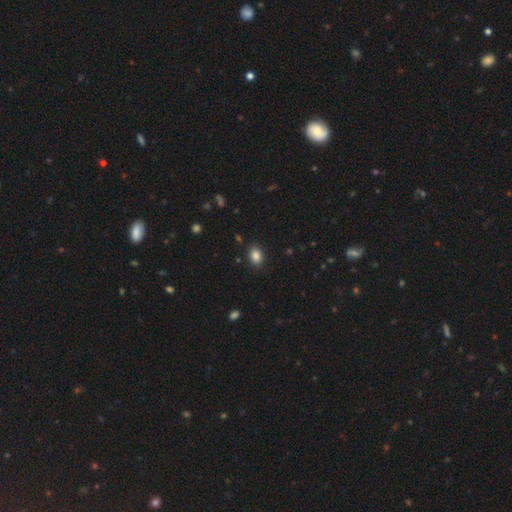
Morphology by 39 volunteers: smooth 85%, star or artifact 10%, featured or disk 5%. Down the decision tree: how rounded — in between (82%); merging — none (100%).